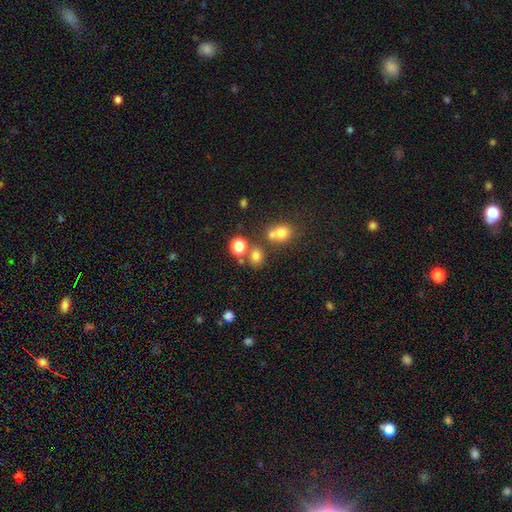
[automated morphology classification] Smooth or featured?
  - smooth: 72% *
  - star or artifact: 19%
  - featured or disk: 9%
How rounded?
  - round: 66% *
  - in between: 33%
  - cigar-shaped: 1%
Merging?
  - none: 63% *
  - merger: 24%
  - minor disturbance: 10%
  - major disturbance: 4%